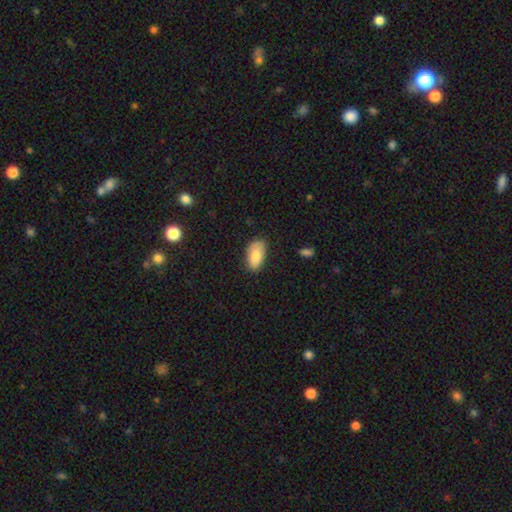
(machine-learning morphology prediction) Smooth or featured? smooth (83%)
How rounded? in between (94%)
Merging? none (75%)